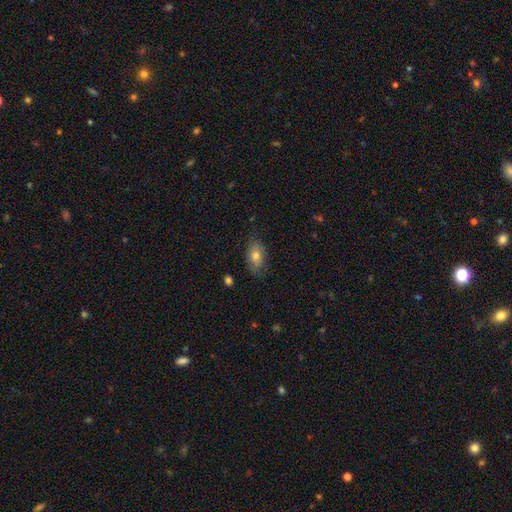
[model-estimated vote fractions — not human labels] smooth-or-featured: smooth: 75% | featured or disk: 17% | star or artifact: 8%
  how-rounded: in between: 88% | round: 8% | cigar-shaped: 3%
  merging: none: 78% | minor disturbance: 18% | major disturbance: 3% | merger: 1%